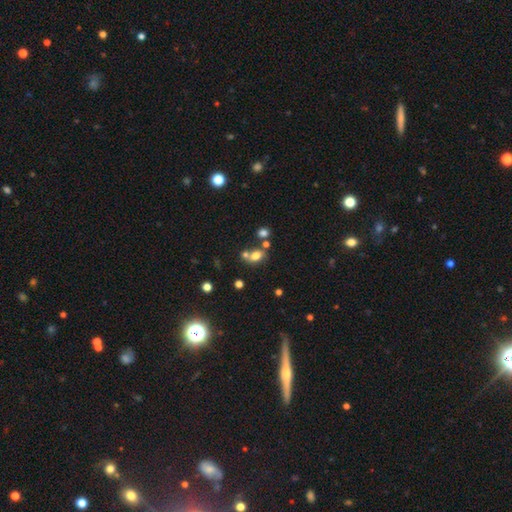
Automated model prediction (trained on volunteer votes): Overall: smooth (72%). How rounded: in between (54%; round 44%). Merging: none (47%; merger 36%).